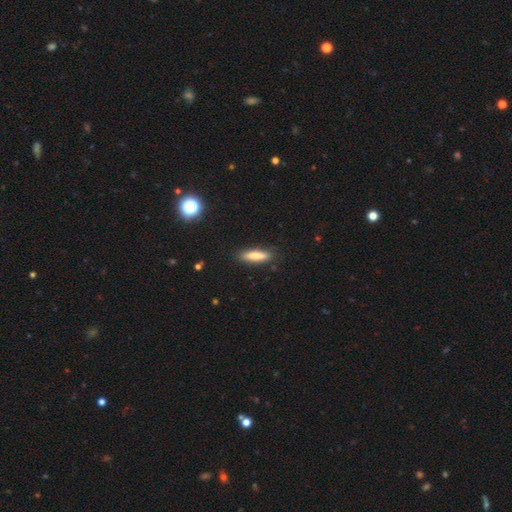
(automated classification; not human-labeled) Q: Smooth or featured?
A: smooth (75%); runner-up: featured or disk (18%)
Q: How rounded?
A: cigar-shaped (73%); runner-up: in between (25%)
Q: Merging?
A: none (86%); runner-up: minor disturbance (11%)